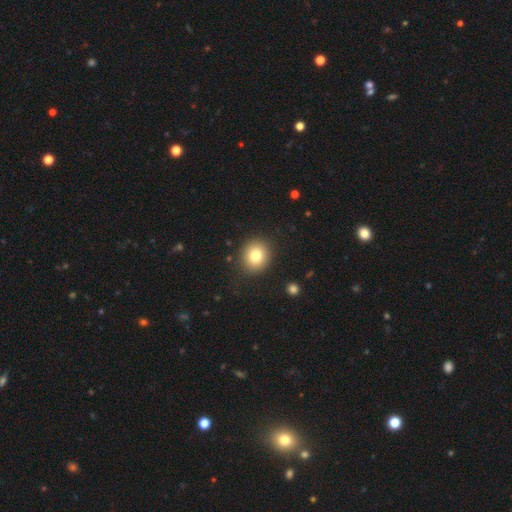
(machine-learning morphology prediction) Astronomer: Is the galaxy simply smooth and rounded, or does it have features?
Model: smooth — 80%.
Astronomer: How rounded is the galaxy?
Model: round — 80%.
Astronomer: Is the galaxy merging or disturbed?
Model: none — 88%.